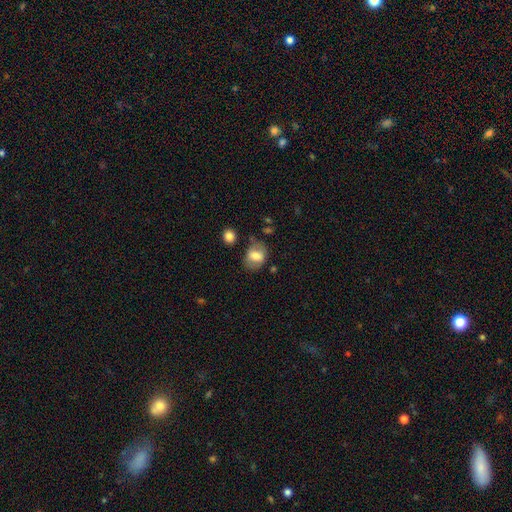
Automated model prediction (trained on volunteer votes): Overall: smooth (68%). How rounded: in between (64%; round 34%). Merging: none (62%).